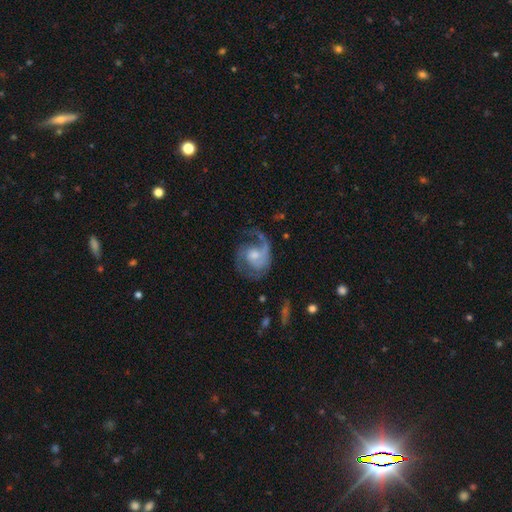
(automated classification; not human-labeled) The model was most divided on "spiral arm count": 1: 43%, 2: 41%, can't tell: 7%, 3: 5%, 4: 2%, more than 4: 2%. Remaining: edge-on disk — no (98%); spiral arms — yes (94%); smooth or featured — featured or disk (82%); bar — no (63%); merging — none (54%); bulge size — moderate (52%); spiral winding — medium (47%).